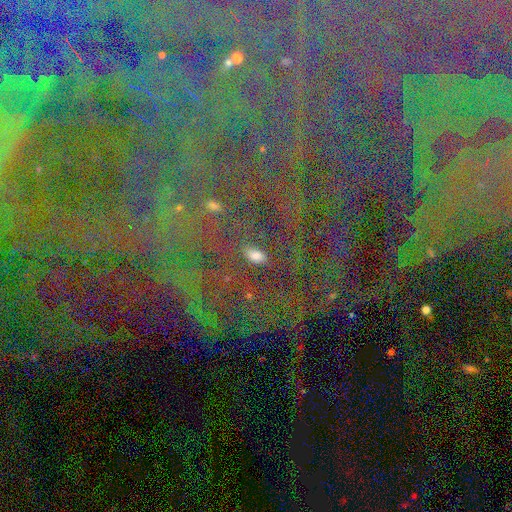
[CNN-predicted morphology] smooth-or-featured: smooth: 43% | star or artifact: 42% | featured or disk: 15%
  merging: none: 75% | minor disturbance: 12% | major disturbance: 7% | merger: 5%